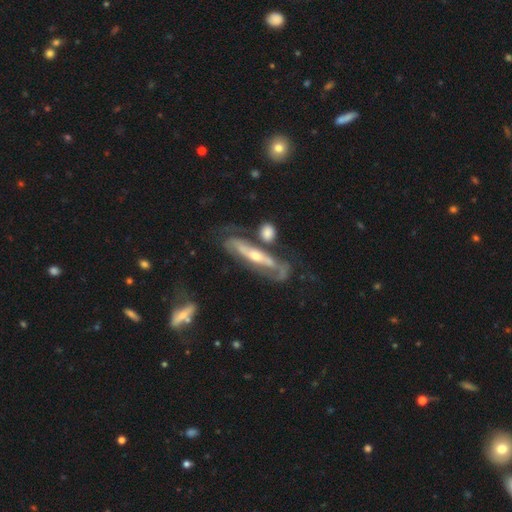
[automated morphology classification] The model was most divided on "edge-on disk": no: 62%, yes: 38%. More confident: smooth or featured — featured or disk (80%); merging — none (52%).